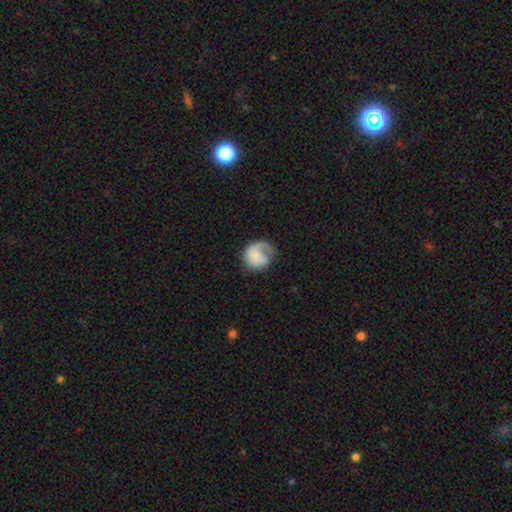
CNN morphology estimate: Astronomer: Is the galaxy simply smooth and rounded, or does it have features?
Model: smooth — 53% (runner-up: featured or disk, 41%).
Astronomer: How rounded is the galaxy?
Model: round — 76%.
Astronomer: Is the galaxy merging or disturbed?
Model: none — 45% (runner-up: major disturbance, 30%).